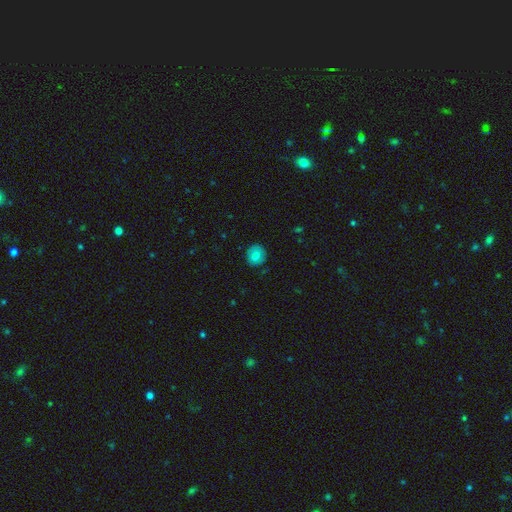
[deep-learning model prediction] A smooth galaxy with no disk features (73%) that is round (82%).

Vote fractions:
- Smooth or featured? smooth: 73% / featured or disk: 18% / star or artifact: 9%
- How rounded? round: 82% / in between: 17% / cigar-shaped: 1%
- Merging? none: 85% / minor disturbance: 11% / major disturbance: 2% / merger: 1%